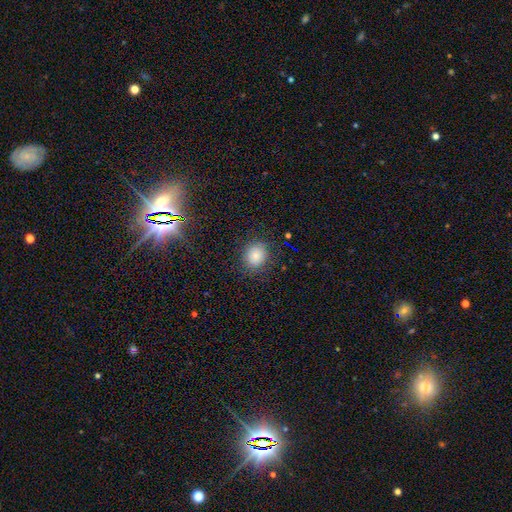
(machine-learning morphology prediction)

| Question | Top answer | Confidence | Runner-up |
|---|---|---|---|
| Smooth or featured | smooth | 81% | star or artifact (12%) |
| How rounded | round | 72% | in between (27%) |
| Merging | none | 85% | minor disturbance (10%) |